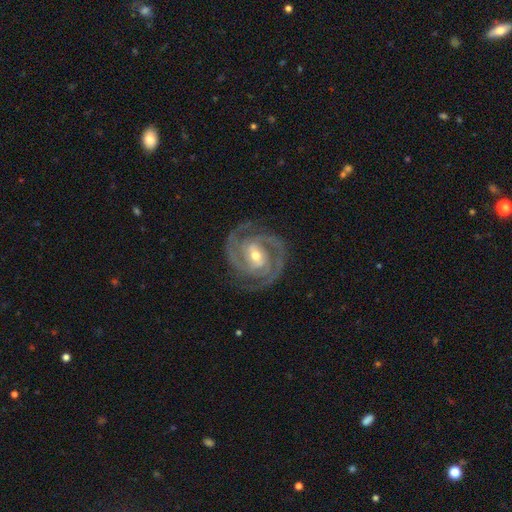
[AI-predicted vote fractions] Morphology: type=featured or disk (93%); edge-on=no (98%); bar=weak (40%); spiral arms=yes (99%); winding=tight (68%); arm count=2 (75%); bulge=moderate (53%); merging=none (84%).